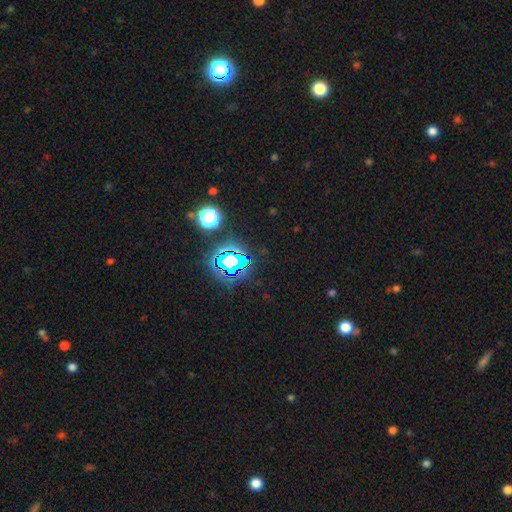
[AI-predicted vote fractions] Smooth or featured? Predicted: star or artifact (p=0.79).